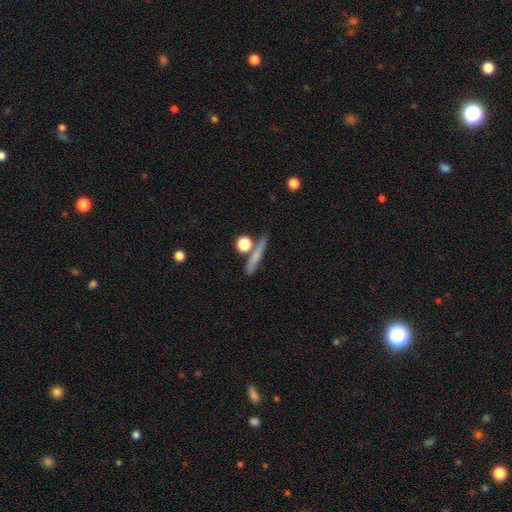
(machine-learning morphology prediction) Smooth or featured? Predicted: smooth (p=0.62). How rounded? Predicted: cigar-shaped (p=0.74). Merging? Predicted: none (p=0.68).